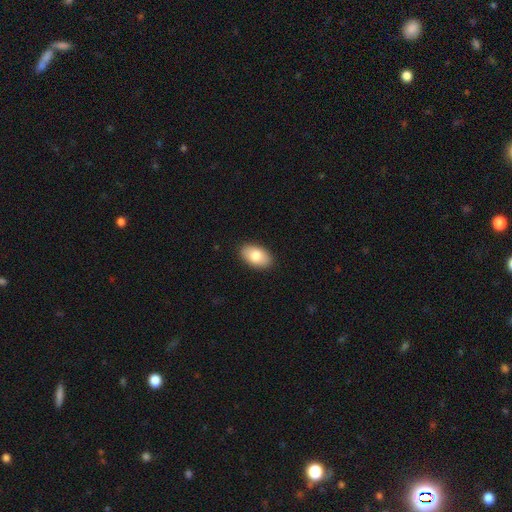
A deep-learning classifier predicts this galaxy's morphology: Smooth or featured? Predicted: smooth (p=0.82). How rounded? Predicted: in between (p=0.93). Merging? Predicted: none (p=0.90).